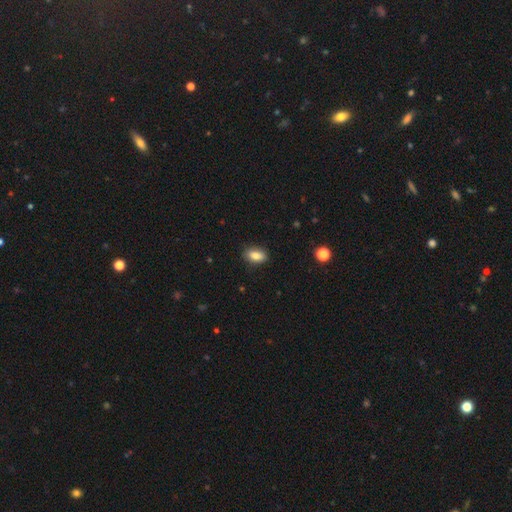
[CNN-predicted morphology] Q: Smooth or featured?
A: smooth (84%); runner-up: star or artifact (8%)
Q: How rounded?
A: in between (88%); runner-up: round (8%)
Q: Merging?
A: none (86%); runner-up: minor disturbance (11%)